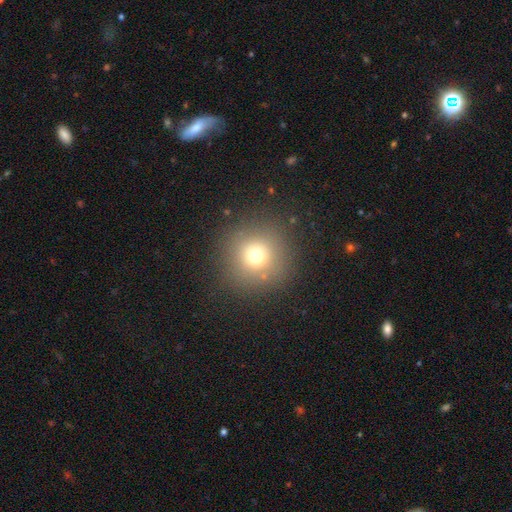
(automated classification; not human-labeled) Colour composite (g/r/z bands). It shows a smooth galaxy with no disk features (72%) that is round (94%). Merging: none (88%).